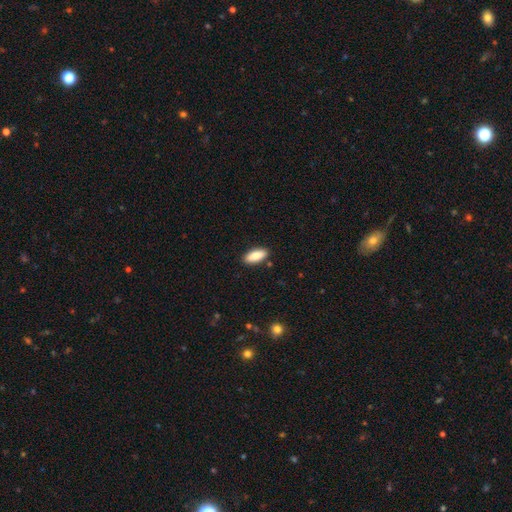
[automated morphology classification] Q: Smooth or featured?
A: smooth (85%); runner-up: featured or disk (8%)
Q: How rounded?
A: in between (79%); runner-up: cigar-shaped (19%)
Q: Merging?
A: none (89%); runner-up: minor disturbance (8%)